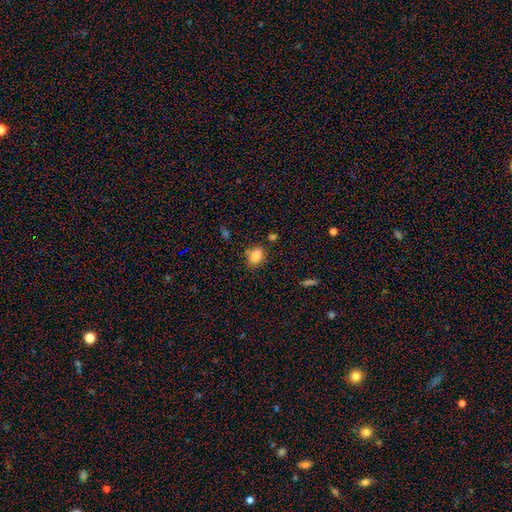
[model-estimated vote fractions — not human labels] Q: Smooth or featured?
A: smooth (83%); runner-up: star or artifact (11%)
Q: How rounded?
A: in between (64%); runner-up: round (34%)
Q: Merging?
A: none (73%); runner-up: minor disturbance (17%)